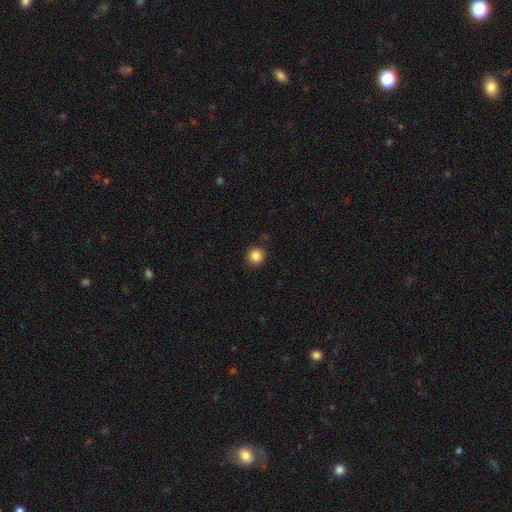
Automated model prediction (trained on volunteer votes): smooth 86%, star or artifact 11%, featured or disk 4%. Down the decision tree: how rounded — round (93%); merging — none (89%).